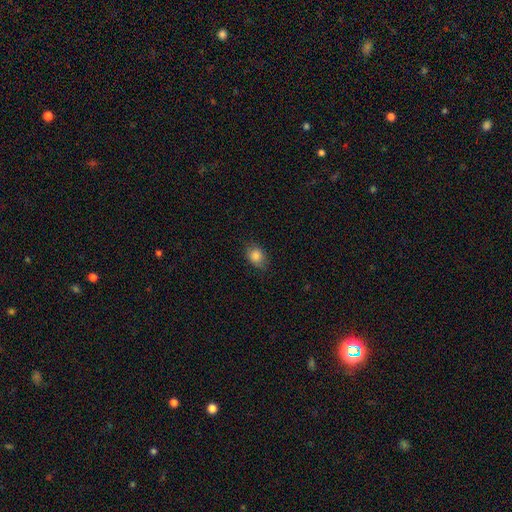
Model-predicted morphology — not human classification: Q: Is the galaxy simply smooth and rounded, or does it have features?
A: smooth — 85%.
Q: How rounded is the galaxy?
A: in between — 63%.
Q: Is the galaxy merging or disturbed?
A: none — 77%.